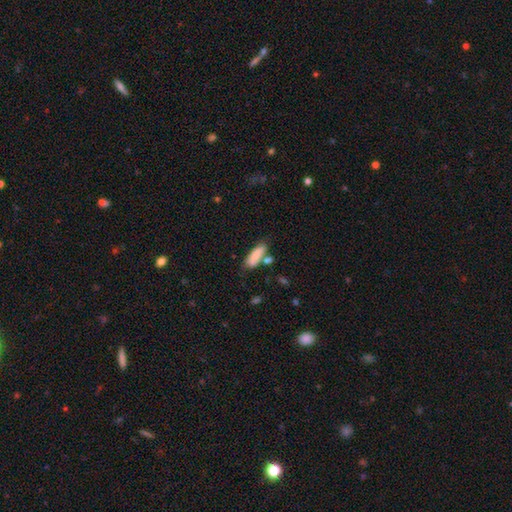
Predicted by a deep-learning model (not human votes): This is clearly a smooth galaxy (82%). How rounded: likely in between (61%). Merging: possibly none (56%).